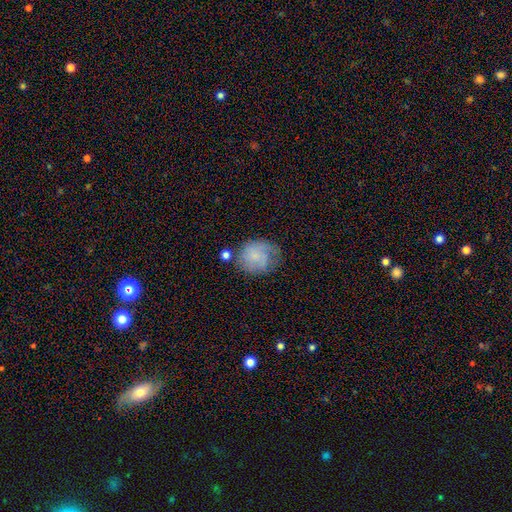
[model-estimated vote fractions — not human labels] Smooth or featured? Predicted: smooth (p=0.62). How rounded? Predicted: round (p=0.72). Merging? Predicted: none (p=0.51).